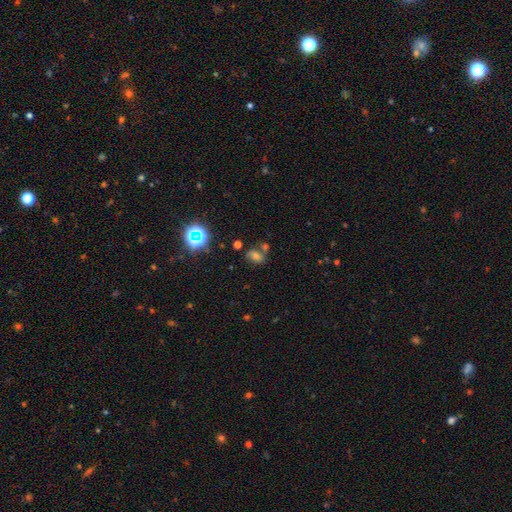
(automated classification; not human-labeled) Morphology: type=smooth (47%); merging=none (53%).